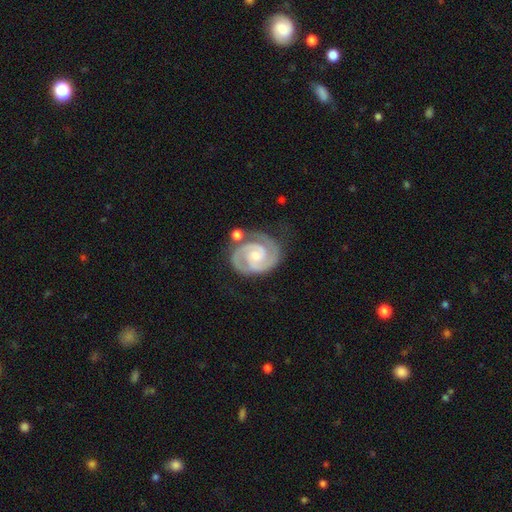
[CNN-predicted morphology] smooth-or-featured: featured or disk: 92% | smooth: 4% | star or artifact: 4%
  disk-edge-on: no: 98% | yes: 2%
    bar: no: 62% | weak: 30% | strong: 8%
    has-spiral-arms: yes: 98% | no: 2%
      spiral-winding: tight: 66% | medium: 31% | loose: 3%
      spiral-arm-count: 2: 87% | 3: 6% | can't tell: 3% | 1: 2% | 4: 1% | more than 4: 1%
    bulge-size: small: 57% | moderate: 36% | none: 4% | large: 2% | dominant: 1%
  merging: none: 69% | minor disturbance: 17% | merger: 7% | major disturbance: 7%